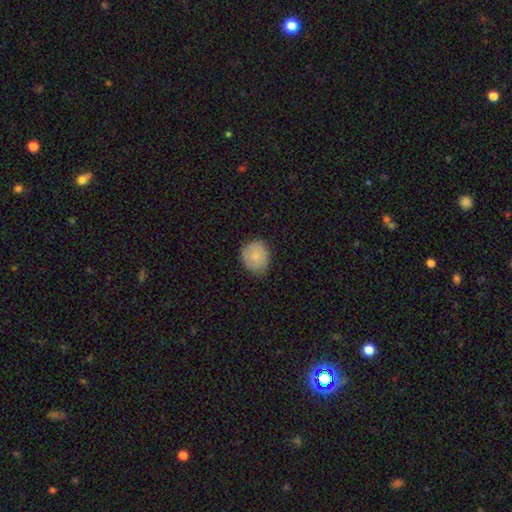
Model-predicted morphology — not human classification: Smooth or featured? smooth (81%)
How rounded? round (69%)
Merging? none (67%)